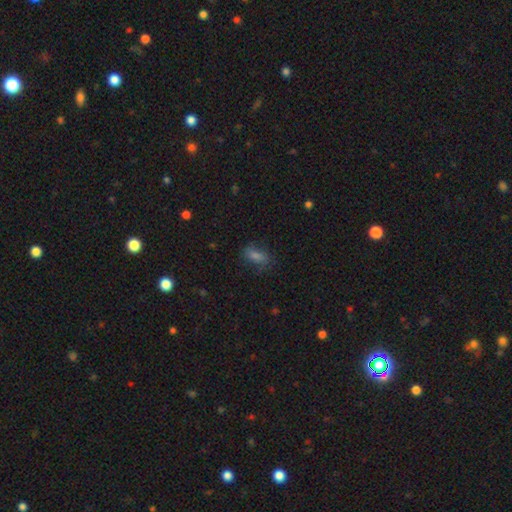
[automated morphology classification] Q: Smooth or featured?
A: smooth (58%); runner-up: star or artifact (22%)
Q: How rounded?
A: in between (77%); runner-up: cigar-shaped (13%)
Q: Merging?
A: none (67%); runner-up: minor disturbance (21%)